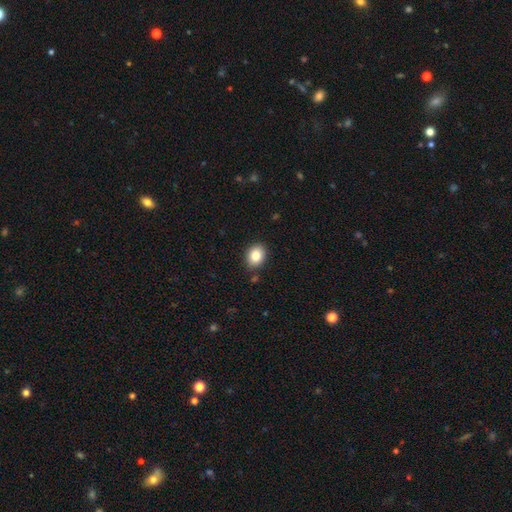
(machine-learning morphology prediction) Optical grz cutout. It shows a smooth galaxy with no disk features (85%) that is in between round and cigar-shaped (61%). Merging: none (86%).